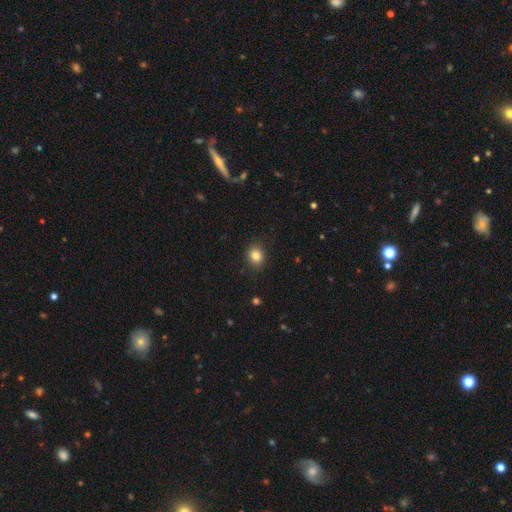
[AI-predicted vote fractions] Smooth or featured?
  - smooth: 83% *
  - star or artifact: 11%
  - featured or disk: 6%
How rounded?
  - round: 68% *
  - in between: 31%
  - cigar-shaped: 1%
Merging?
  - none: 88% *
  - minor disturbance: 8%
  - major disturbance: 2%
  - merger: 1%